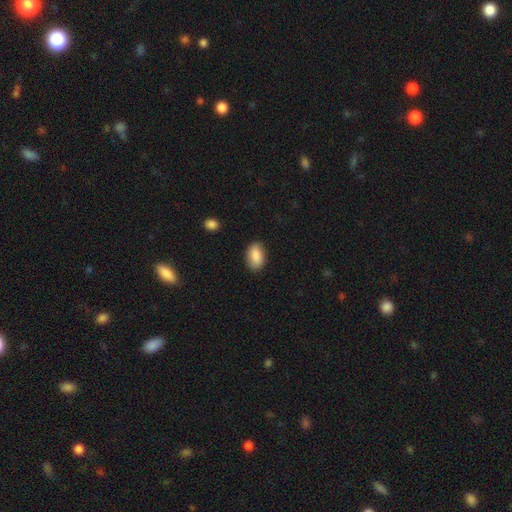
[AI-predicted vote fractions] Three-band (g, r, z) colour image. It shows a smooth galaxy with no disk features (88%) that is in between round and cigar-shaped (90%). Merging: none (84%).